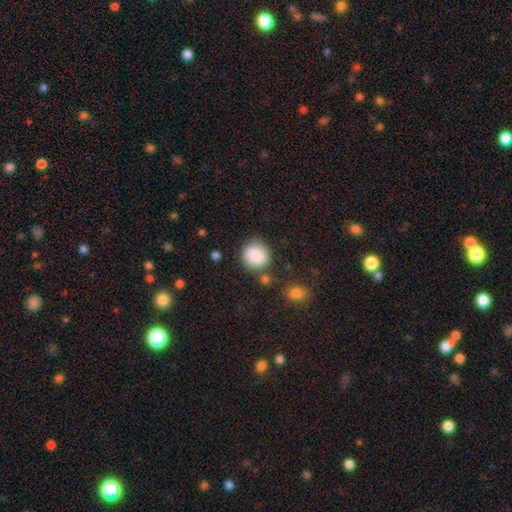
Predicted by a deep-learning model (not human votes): smooth_or_featured: smooth (p=0.88) [alt: star or artifact p=0.08]
how_rounded: round (p=0.89) [alt: in between p=0.10]
merging: none (p=0.77) [alt: minor disturbance p=0.12]